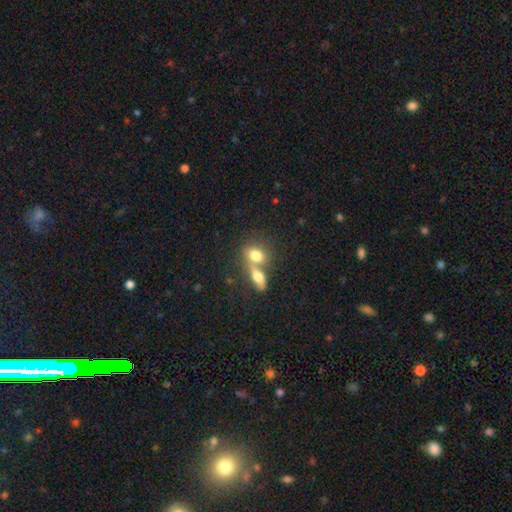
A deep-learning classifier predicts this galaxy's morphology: A smooth galaxy with no disk features (73%) that is in between round and cigar-shaped (69%). Merging: merger (64%).